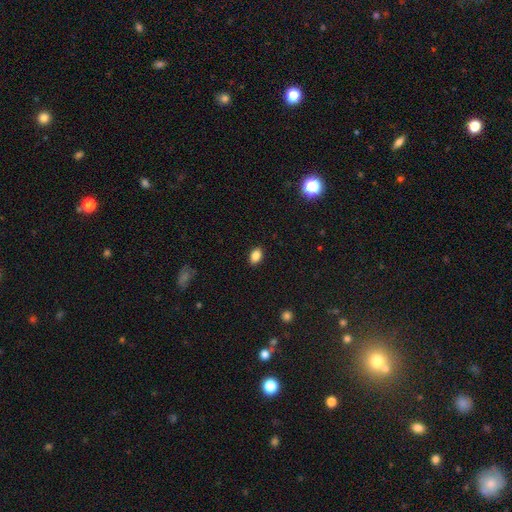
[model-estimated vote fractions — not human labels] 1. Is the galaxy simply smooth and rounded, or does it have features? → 87% smooth, 9% star or artifact, 4% featured or disk.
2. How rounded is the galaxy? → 84% in between, 14% round, 1% cigar-shaped.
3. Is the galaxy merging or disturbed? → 89% none, 8% minor disturbance, 2% major disturbance, 1% merger.